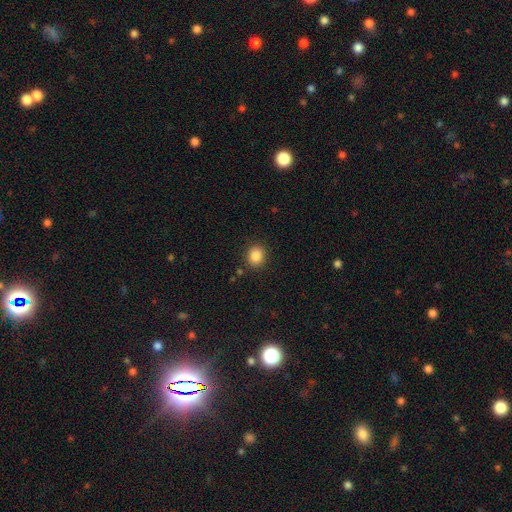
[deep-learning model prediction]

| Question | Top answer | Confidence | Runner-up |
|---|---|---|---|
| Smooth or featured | smooth | 87% | star or artifact (10%) |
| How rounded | round | 71% | in between (28%) |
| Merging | none | 87% | minor disturbance (8%) |